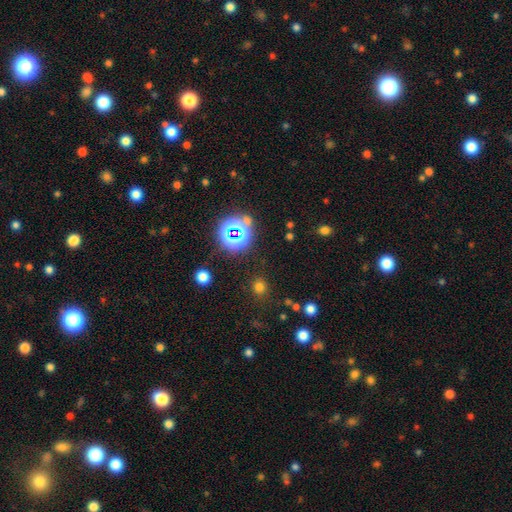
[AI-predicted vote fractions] Smooth or featured? star or artifact (74%)